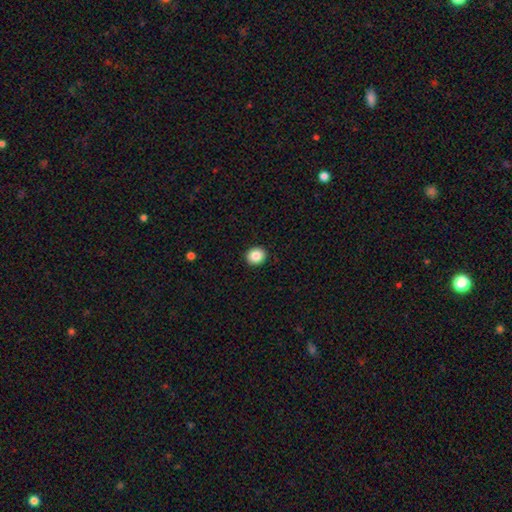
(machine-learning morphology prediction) type=smooth (87%); roundness=round (82%); merging=none (93%).